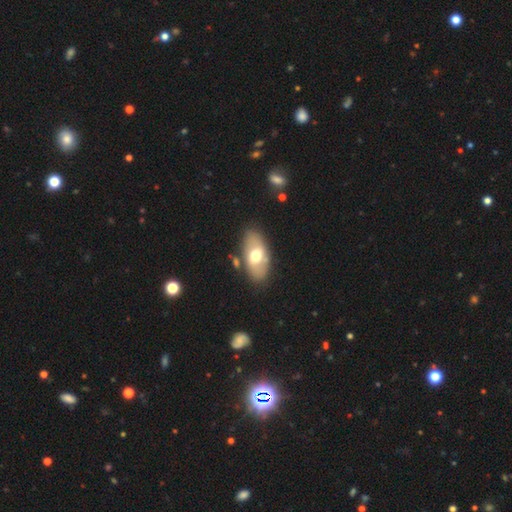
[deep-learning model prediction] A smooth galaxy with no disk features (56%) that is in between round and cigar-shaped (92%).

Vote fractions:
- Smooth or featured? smooth: 56% / featured or disk: 38% / star or artifact: 6%
- How rounded? in between: 92% / round: 5% / cigar-shaped: 3%
- Merging? none: 78% / minor disturbance: 13% / merger: 5% / major disturbance: 4%